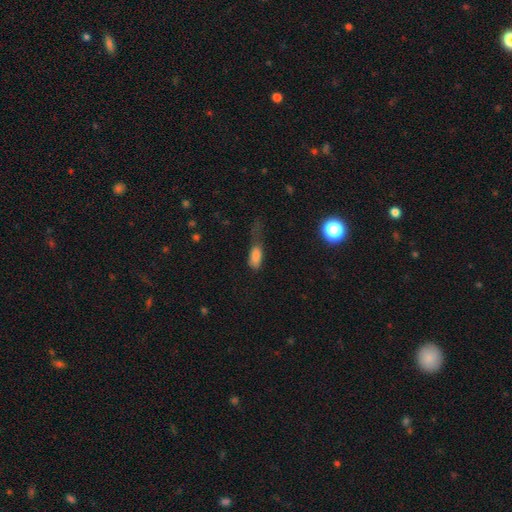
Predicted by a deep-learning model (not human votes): Morphology: type=smooth (78%); roundness=in between (75%); merging=major disturbance (42%).